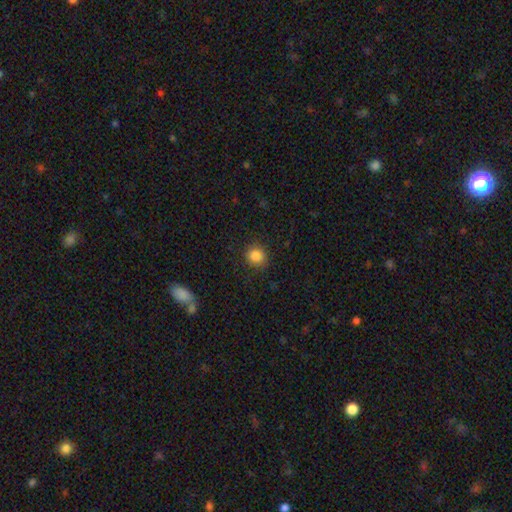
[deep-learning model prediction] The model was most divided on "how rounded": round: 85%, in between: 14%, cigar-shaped: 1%. More confident: merging — none (88%); smooth or featured — smooth (86%).